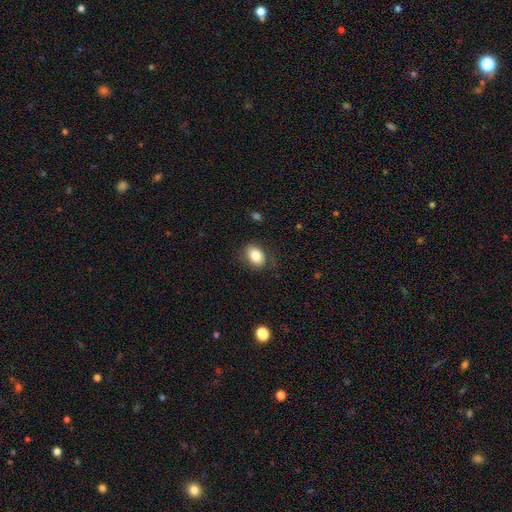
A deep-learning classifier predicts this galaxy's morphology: smooth 81%, featured or disk 10%, star or artifact 8%. Down the decision tree: how rounded — in between (76%); merging — none (79%).